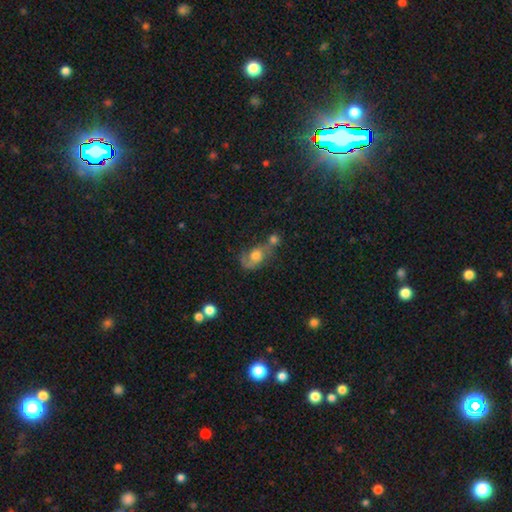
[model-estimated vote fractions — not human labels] Q: Smooth or featured?
A: smooth (45%); runner-up: featured or disk (43%)
Q: Merging?
A: merger (38%); runner-up: none (28%)